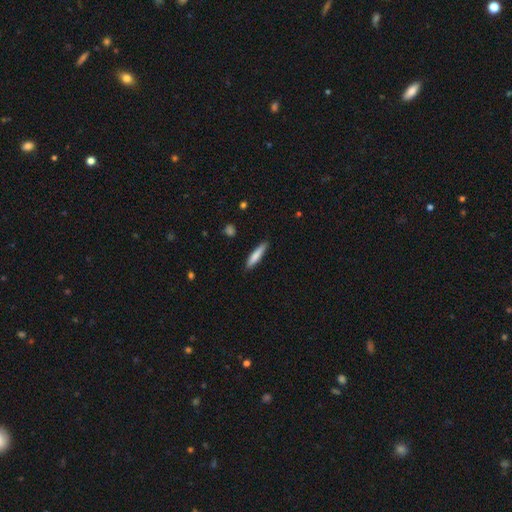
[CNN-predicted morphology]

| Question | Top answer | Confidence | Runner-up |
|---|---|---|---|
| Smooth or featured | smooth | 78% | featured or disk (16%) |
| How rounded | cigar-shaped | 88% | in between (11%) |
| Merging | none | 86% | minor disturbance (11%) |